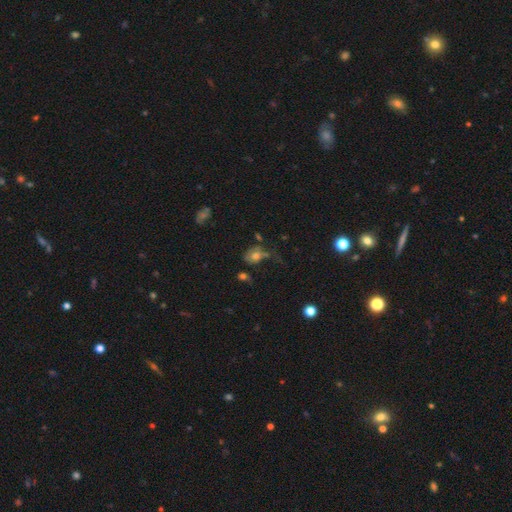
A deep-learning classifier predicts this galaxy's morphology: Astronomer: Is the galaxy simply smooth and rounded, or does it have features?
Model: smooth — 57%.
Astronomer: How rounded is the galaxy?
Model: in between — 57% (runner-up: round, 41%).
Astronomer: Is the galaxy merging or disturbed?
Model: none — 32% (runner-up: major disturbance, 31%).